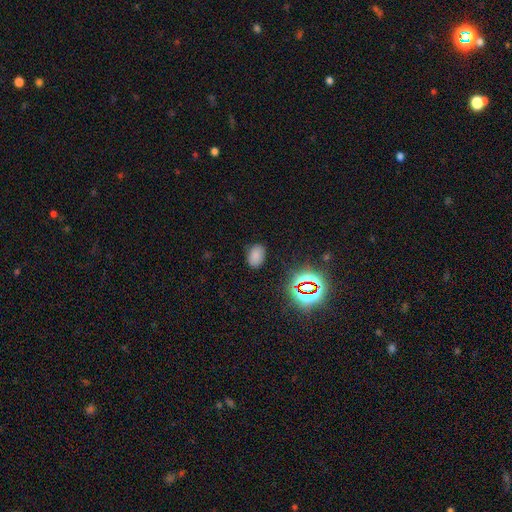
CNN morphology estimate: Overall: smooth (74%). How rounded: in between (85%). Merging: none (83%).